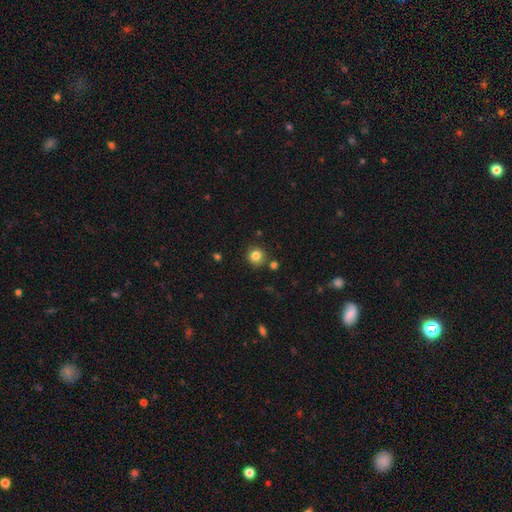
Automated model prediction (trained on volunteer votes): A smooth galaxy with no disk features (83%) that is round (92%). Merging: none (84%).